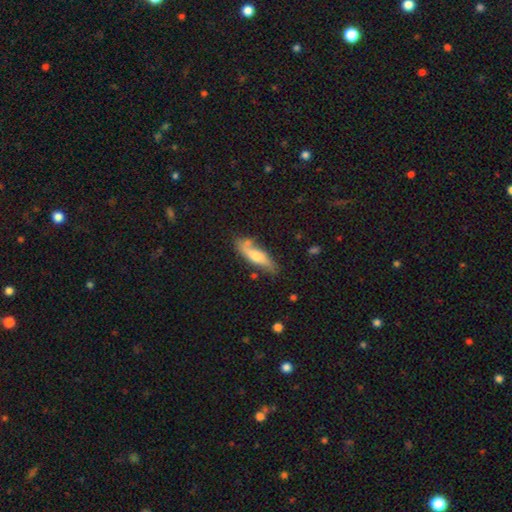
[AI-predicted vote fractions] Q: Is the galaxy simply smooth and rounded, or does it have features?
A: featured or disk — 47%.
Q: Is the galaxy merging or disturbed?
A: none — 71%.